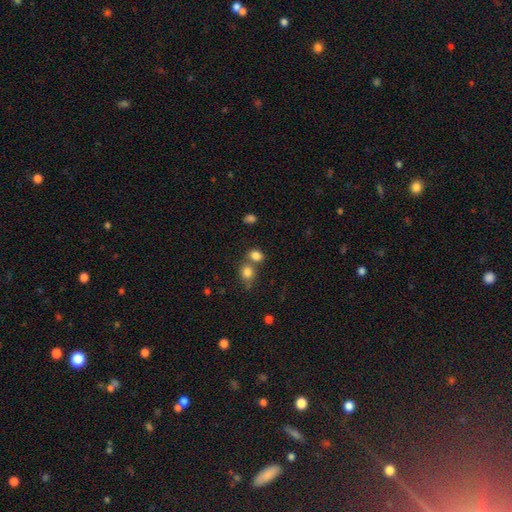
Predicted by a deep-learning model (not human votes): The model was most divided on "how rounded": round: 53%, in between: 46%, cigar-shaped: 1%. More confident: smooth or featured — smooth (81%); merging — none (50%).